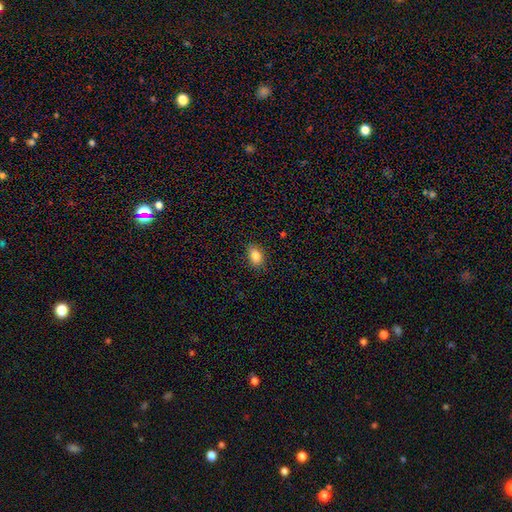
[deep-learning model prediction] Smooth or featured: smooth — 84% (star or artifact — 10%)
How rounded: in between — 79% (round — 19%)
Merging: none — 85% (minor disturbance — 12%)